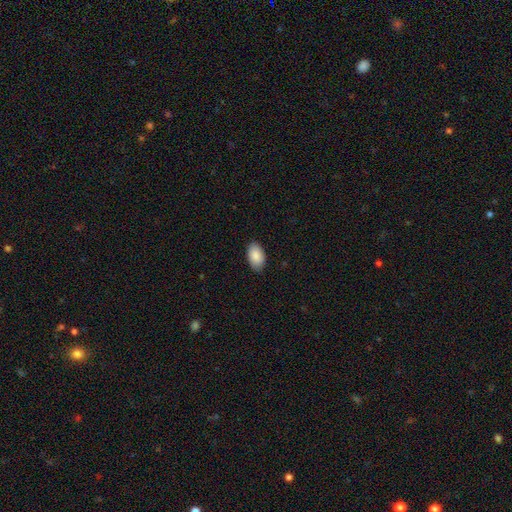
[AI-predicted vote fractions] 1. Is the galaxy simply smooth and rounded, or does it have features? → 88% smooth, 6% featured or disk, 6% star or artifact.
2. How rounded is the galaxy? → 95% in between, 4% round, 1% cigar-shaped.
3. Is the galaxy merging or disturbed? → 86% none, 11% minor disturbance, 2% major disturbance, 1% merger.